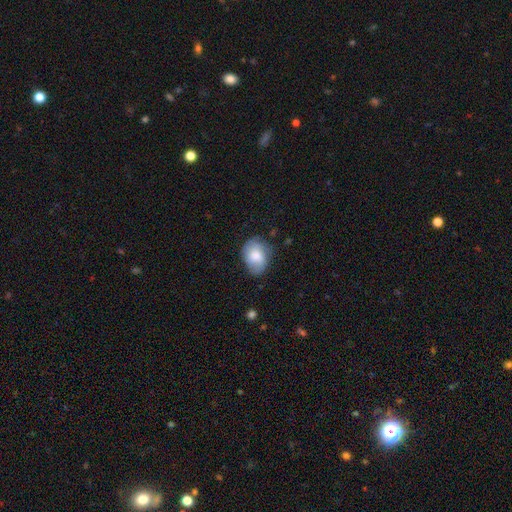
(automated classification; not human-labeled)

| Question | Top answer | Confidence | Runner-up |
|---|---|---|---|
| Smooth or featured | smooth | 68% | featured or disk (25%) |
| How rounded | in between | 61% | round (38%) |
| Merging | none | 62% | minor disturbance (28%) |